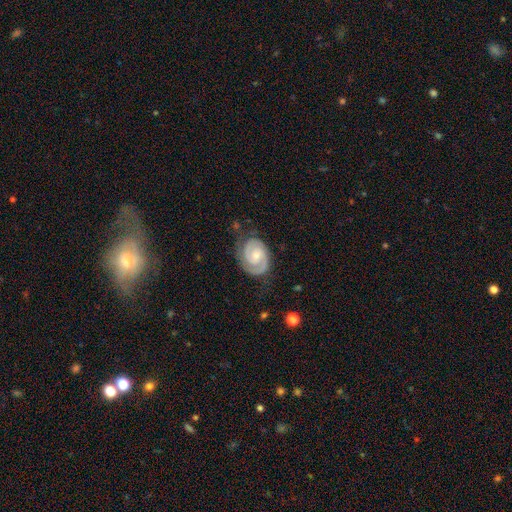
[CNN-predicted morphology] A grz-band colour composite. It shows a featured or disk galaxy (88%) with no bar (62%), 2 (81%) tight (63%) spiral arms (98%) and a small central bulge (57%). Merging: none (72%).